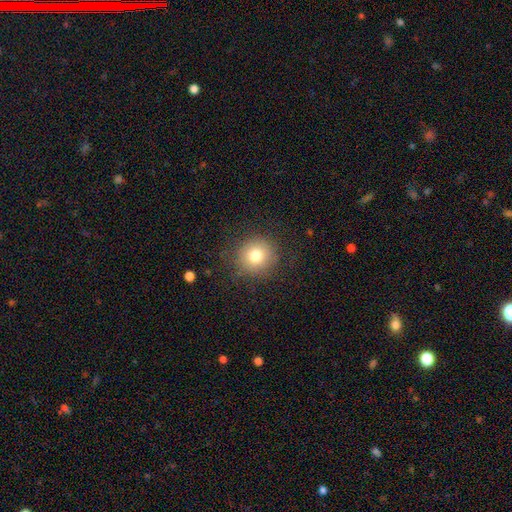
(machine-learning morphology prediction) smooth_or_featured: smooth (p=0.78) [alt: star or artifact p=0.12]
how_rounded: round (p=0.93) [alt: in between p=0.06]
merging: none (p=0.85) [alt: minor disturbance p=0.10]